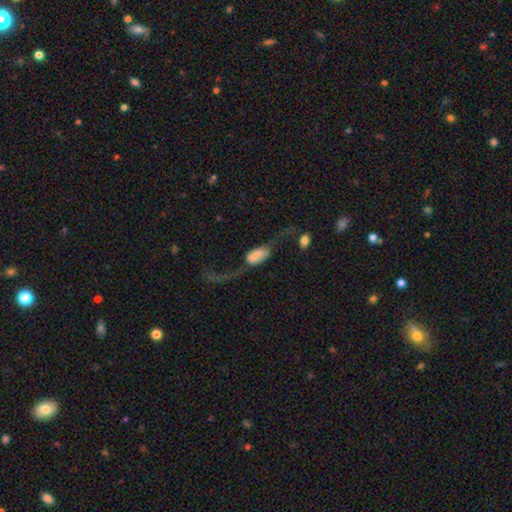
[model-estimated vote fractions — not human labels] Smooth or featured? Predicted: smooth (p=0.57). How rounded? Predicted: in between (p=0.90). Merging? Predicted: major disturbance (p=0.53).